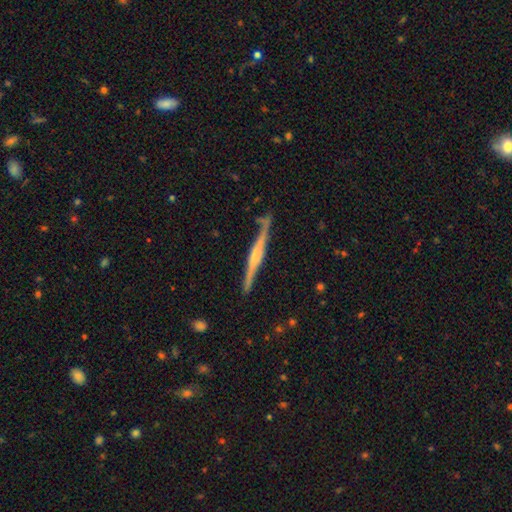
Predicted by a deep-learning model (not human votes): Q: Smooth or featured?
A: featured or disk (78%); runner-up: smooth (17%)
Q: Edge-on disk?
A: yes (97%); runner-up: no (3%)
Q: Edge-on bulge?
A: rounded (59%); runner-up: boxy (24%)
Q: Merging?
A: none (80%); runner-up: minor disturbance (14%)